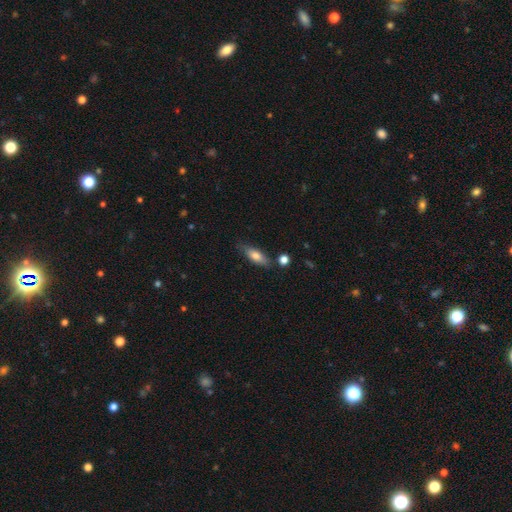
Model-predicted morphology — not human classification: Overall: smooth (73%). How rounded: in between (65%; cigar-shaped 32%). Merging: none (74%).